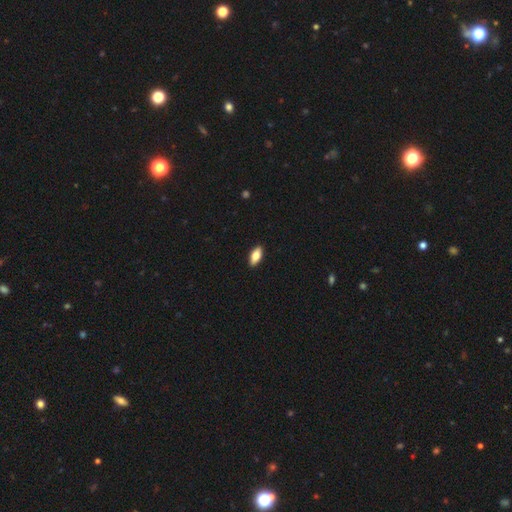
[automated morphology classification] Overall: smooth (76%). How rounded: in between (86%). Merging: none (91%).